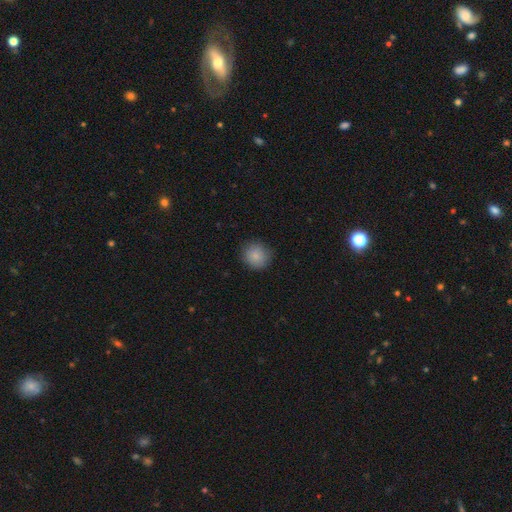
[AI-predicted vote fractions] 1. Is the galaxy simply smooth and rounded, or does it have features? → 86% smooth, 9% star or artifact, 5% featured or disk.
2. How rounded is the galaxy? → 91% round, 8% in between, 1% cigar-shaped.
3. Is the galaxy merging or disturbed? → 87% none, 9% minor disturbance, 3% major disturbance, 1% merger.